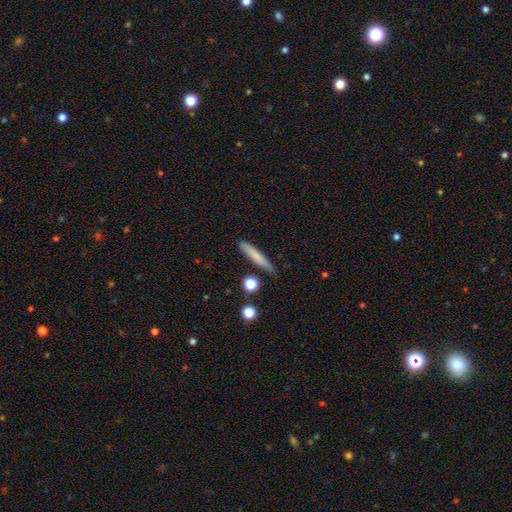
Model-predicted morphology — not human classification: This is likely a smooth galaxy (74%). How rounded: clearly cigar-shaped (92%). Merging: likely none (79%).